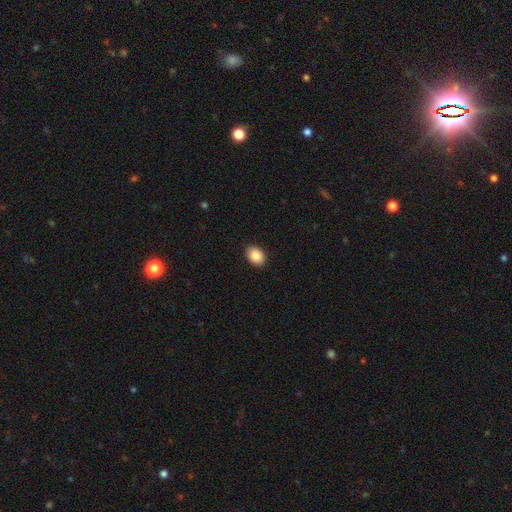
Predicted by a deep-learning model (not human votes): The model was most divided on "how rounded": in between: 76%, round: 23%, cigar-shaped: 1%. More confident: merging — none (89%); smooth or featured — smooth (88%).